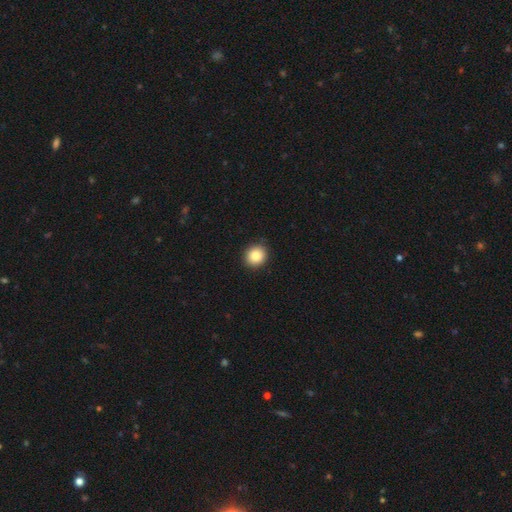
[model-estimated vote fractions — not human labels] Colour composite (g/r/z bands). It shows a smooth galaxy with no disk features (85%) that is round (85%). Merging: none (91%).